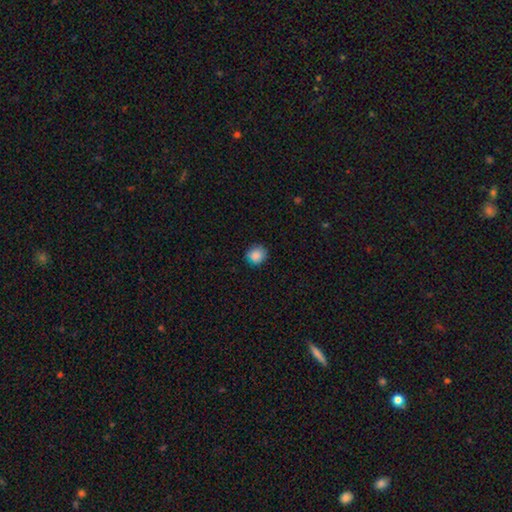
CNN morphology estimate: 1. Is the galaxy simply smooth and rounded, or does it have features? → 86% smooth, 10% star or artifact, 4% featured or disk.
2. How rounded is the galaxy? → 86% round, 13% in between, 1% cigar-shaped.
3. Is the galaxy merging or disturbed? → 80% none, 15% minor disturbance, 3% major disturbance, 2% merger.